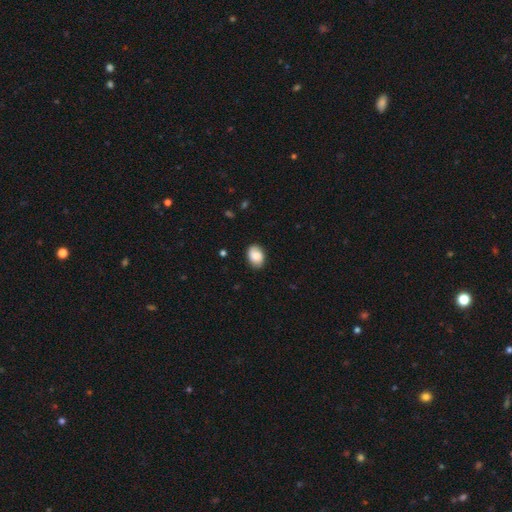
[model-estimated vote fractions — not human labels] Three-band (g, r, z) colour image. It shows a smooth galaxy with no disk features (83%) that is in between round and cigar-shaped (81%). Merging: none (84%).